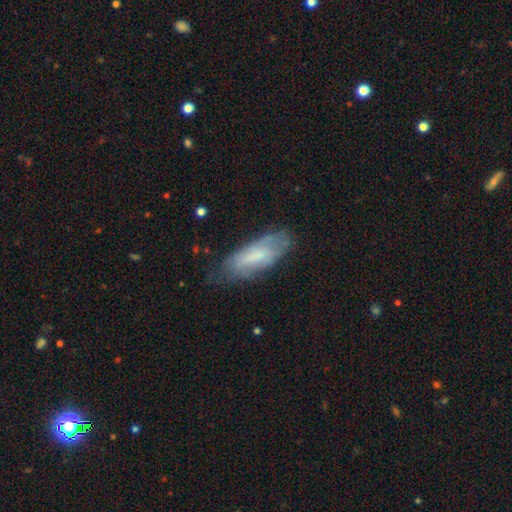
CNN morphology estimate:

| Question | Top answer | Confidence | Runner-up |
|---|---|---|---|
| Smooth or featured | smooth | 57% | featured or disk (35%) |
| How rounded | in between | 68% | cigar-shaped (30%) |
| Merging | none | 60% | minor disturbance (28%) |